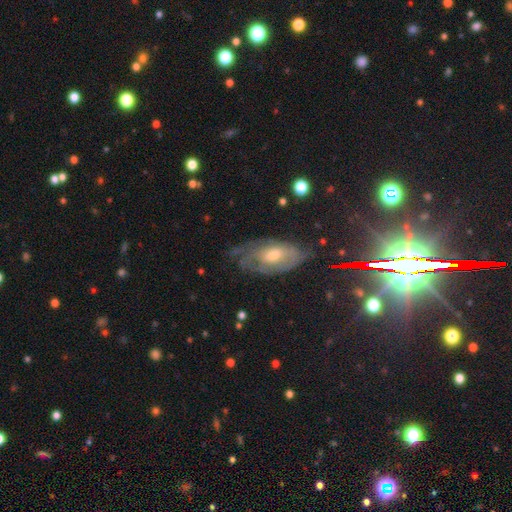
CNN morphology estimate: This appears to be a featured or disk galaxy (60%) with no bar (66%), spiral arms (73%) and a moderate central bulge (58%). Merging: none (64%).